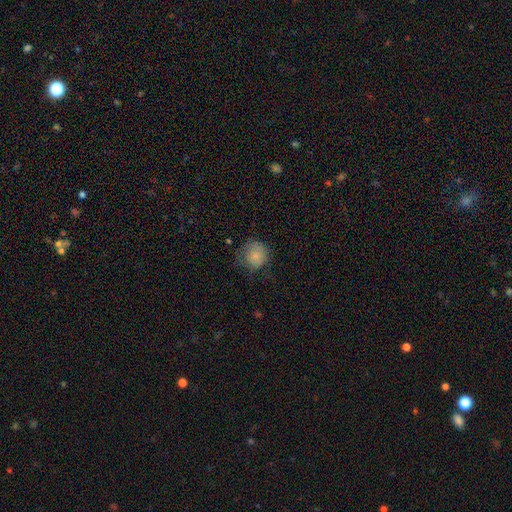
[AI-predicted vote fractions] smooth 79%, featured or disk 12%, star or artifact 9%. Down the decision tree: how rounded — round (87%); merging — none (58%).